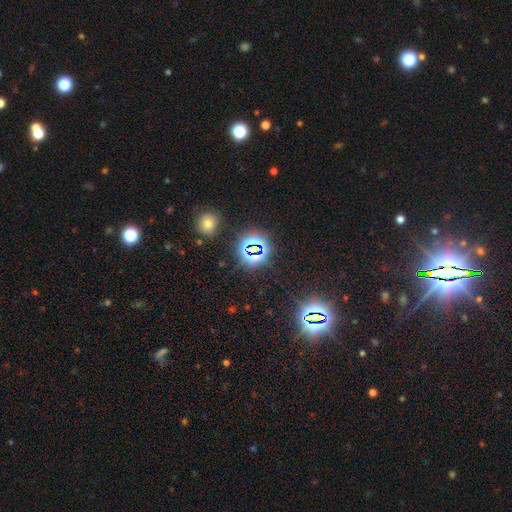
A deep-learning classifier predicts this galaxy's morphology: Smooth or featured? Predicted: star or artifact (p=0.75).